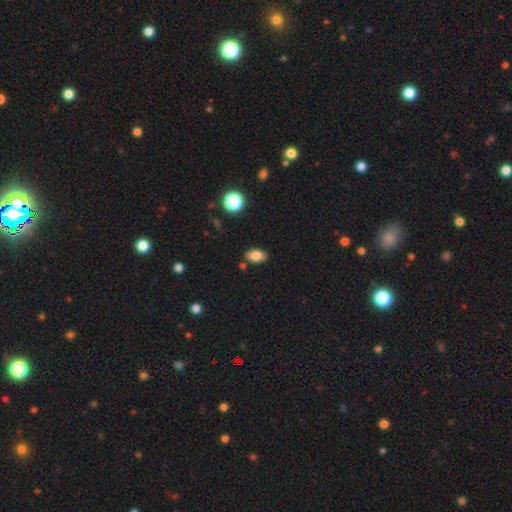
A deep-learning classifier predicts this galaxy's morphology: Smooth or featured?
  - smooth: 82% *
  - star or artifact: 9%
  - featured or disk: 9%
How rounded?
  - in between: 90% *
  - round: 8%
  - cigar-shaped: 2%
Merging?
  - none: 83% *
  - minor disturbance: 10%
  - merger: 4%
  - major disturbance: 2%